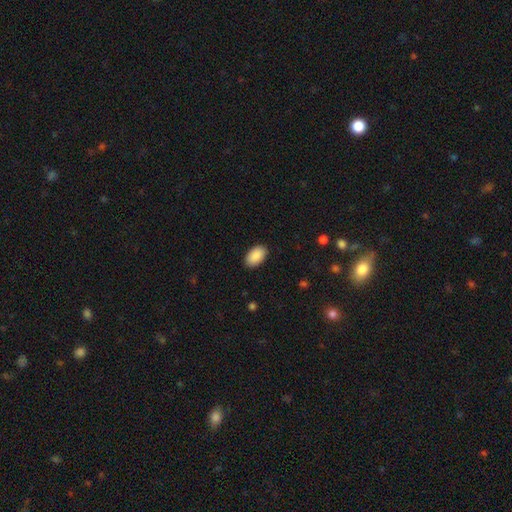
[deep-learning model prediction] Smooth or featured? Predicted: smooth (p=0.90). How rounded? Predicted: in between (p=0.95). Merging? Predicted: none (p=0.89).